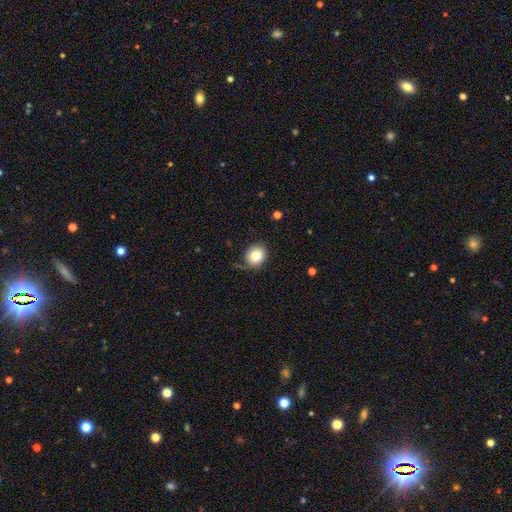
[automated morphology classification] type=smooth (82%); roundness=round (82%); merging=none (76%).